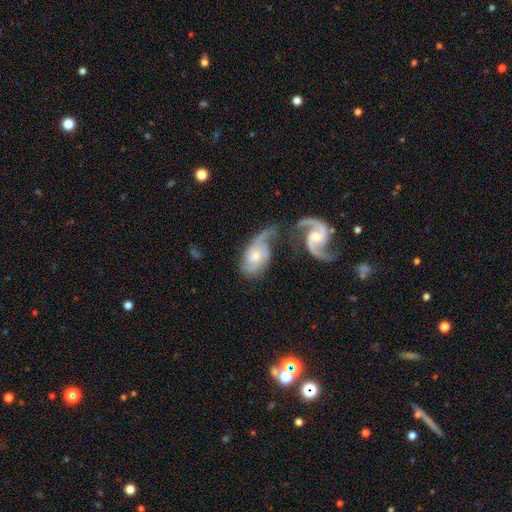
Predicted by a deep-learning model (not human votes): Smooth or featured?
  - featured or disk: 78% *
  - smooth: 17%
  - star or artifact: 5%
Edge-on disk?
  - no: 96% *
  - yes: 4%
Bar?
  - no: 58% *
  - weak: 35%
  - strong: 7%
Spiral arms?
  - yes: 92% *
  - no: 8%
Spiral winding?
  - medium: 45% *
  - loose: 31%
  - tight: 23%
Spiral arm count?
  - 2: 64% *
  - can't tell: 12%
  - 3: 11%
  - 1: 9%
  - 4: 2%
  - more than 4: 2%
Bulge size?
  - small: 47% *
  - moderate: 46%
  - none: 3%
  - large: 3%
  - dominant: 1%
Merging?
  - merger: 39% *
  - none: 23%
  - major disturbance: 20%
  - minor disturbance: 17%